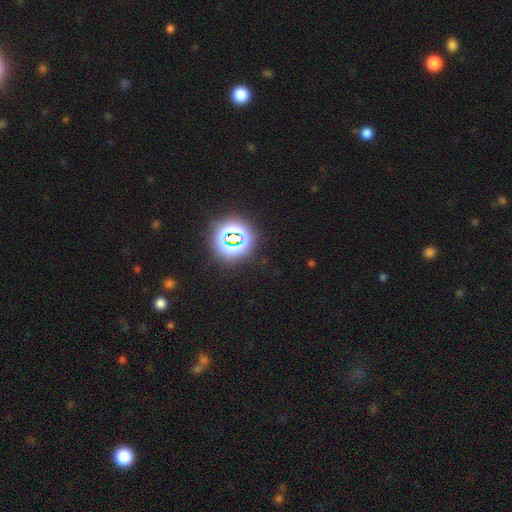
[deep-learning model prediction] Smooth or featured: star or artifact — 81% (smooth — 13%)